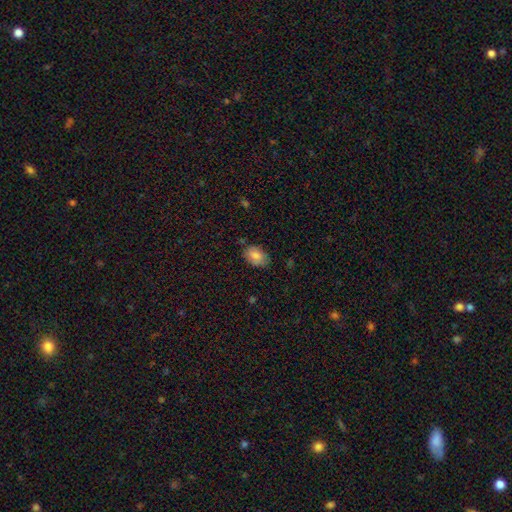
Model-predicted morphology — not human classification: A smooth galaxy with no disk features (81%) that is in between round and cigar-shaped (84%). Merging: none (74%).